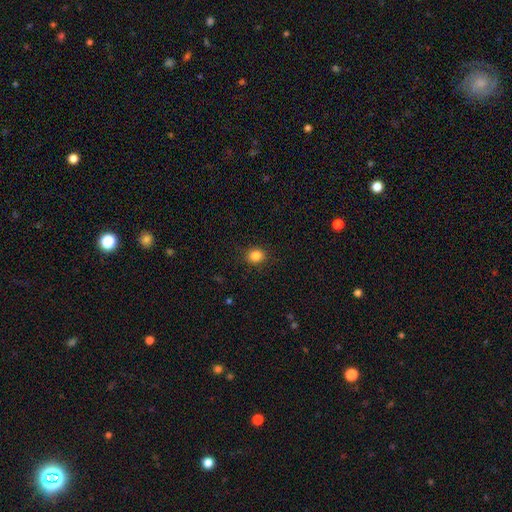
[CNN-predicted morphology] Smooth or featured? Predicted: smooth (p=0.85). How rounded? Predicted: round (p=0.73). Merging? Predicted: none (p=0.88).